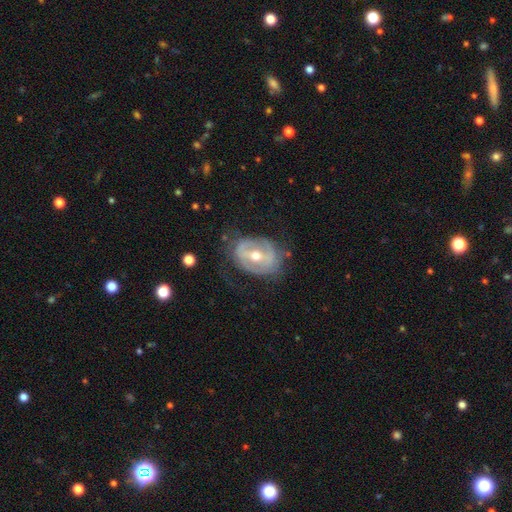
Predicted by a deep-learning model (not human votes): A featured or disk galaxy (76%) with a strong bar (47%), spiral arms (57%) and a moderate central bulge (65%). Merging: none (63%).